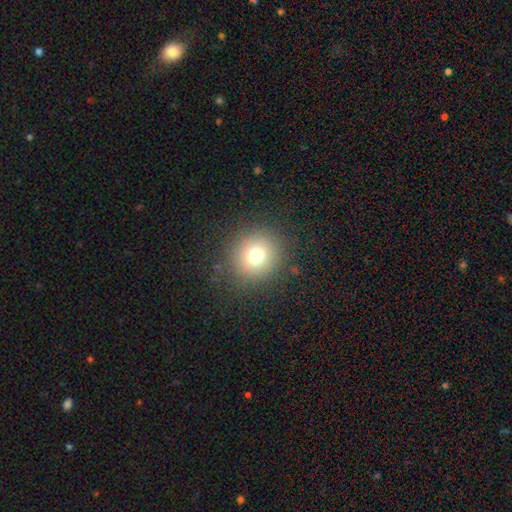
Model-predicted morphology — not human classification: Smooth or featured?
  - smooth: 72% *
  - star or artifact: 17%
  - featured or disk: 11%
How rounded?
  - round: 91% *
  - in between: 8%
  - cigar-shaped: 1%
Merging?
  - none: 88% *
  - minor disturbance: 7%
  - major disturbance: 4%
  - merger: 1%